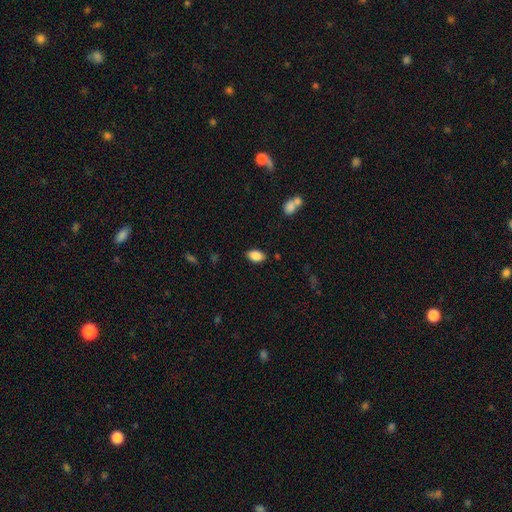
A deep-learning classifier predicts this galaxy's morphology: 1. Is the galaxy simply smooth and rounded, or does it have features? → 87% smooth, 7% star or artifact, 5% featured or disk.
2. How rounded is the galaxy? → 90% in between, 8% round, 2% cigar-shaped.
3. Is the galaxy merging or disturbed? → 84% none, 12% minor disturbance, 3% major disturbance, 2% merger.